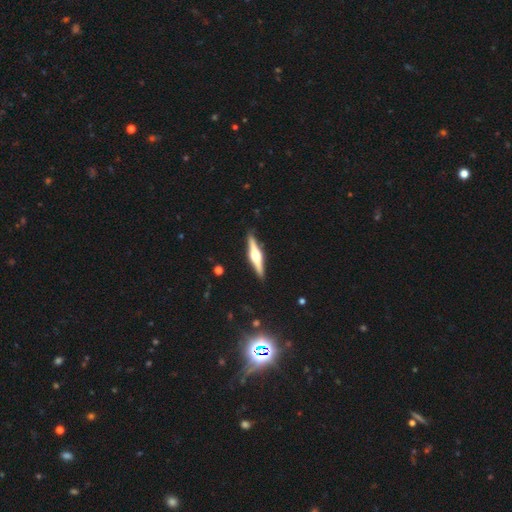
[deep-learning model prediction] Q: Smooth or featured?
A: featured or disk (77%); runner-up: smooth (18%)
Q: Edge-on disk?
A: yes (98%); runner-up: no (2%)
Q: Edge-on bulge?
A: rounded (94%); runner-up: boxy (4%)
Q: Merging?
A: none (91%); runner-up: minor disturbance (6%)